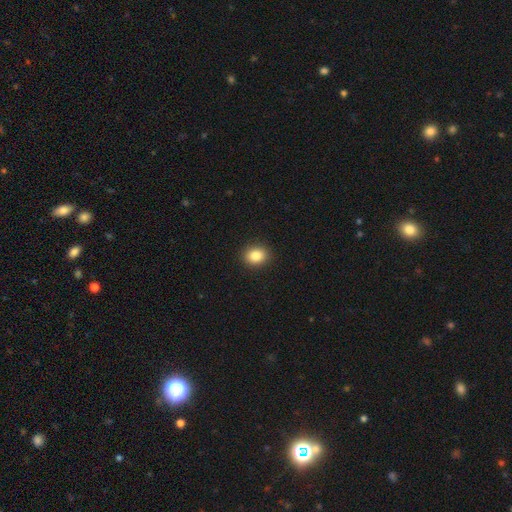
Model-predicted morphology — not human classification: Q: Smooth or featured?
A: smooth (85%); runner-up: star or artifact (10%)
Q: How rounded?
A: round (54%); runner-up: in between (45%)
Q: Merging?
A: none (91%); runner-up: minor disturbance (6%)